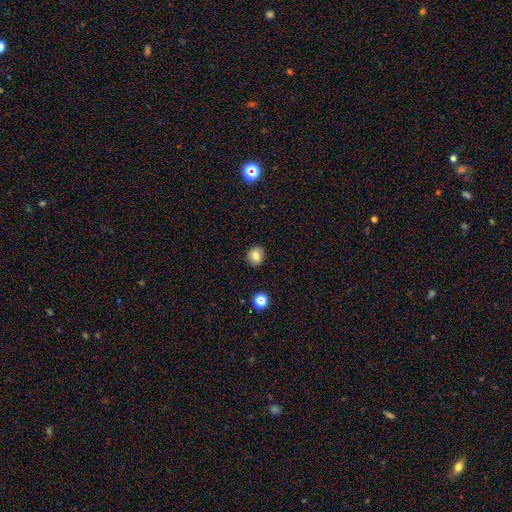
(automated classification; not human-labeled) Smooth or featured? smooth (76%)
How rounded? round (77%)
Merging? none (86%)